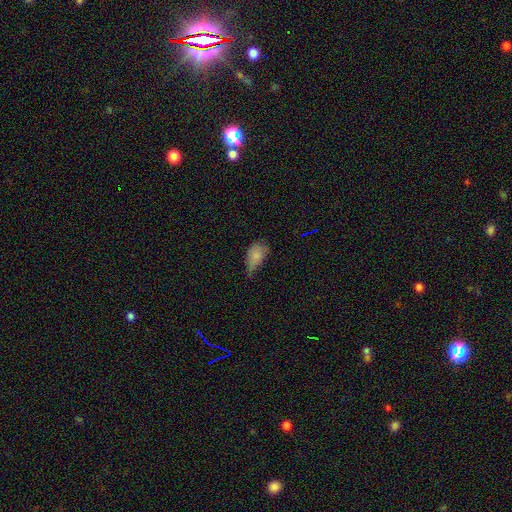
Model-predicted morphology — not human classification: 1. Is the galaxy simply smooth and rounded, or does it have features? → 75% smooth, 14% featured or disk, 11% star or artifact.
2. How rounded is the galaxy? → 88% in between, 10% round, 2% cigar-shaped.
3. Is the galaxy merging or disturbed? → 46% minor disturbance, 28% major disturbance, 23% none, 3% merger.